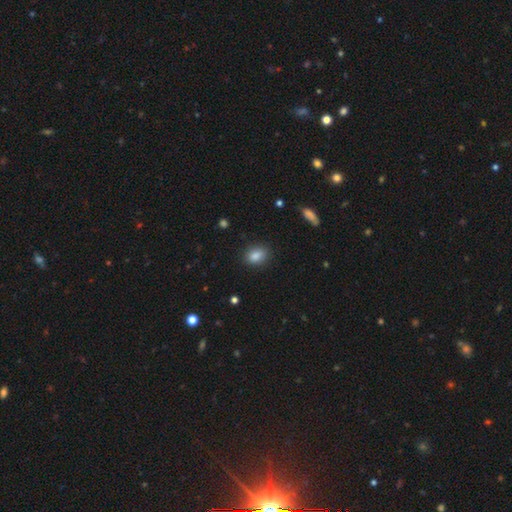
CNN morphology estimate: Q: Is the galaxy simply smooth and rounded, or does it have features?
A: smooth — 85%.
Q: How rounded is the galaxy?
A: in between — 72%.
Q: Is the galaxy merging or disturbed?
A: none — 84%.